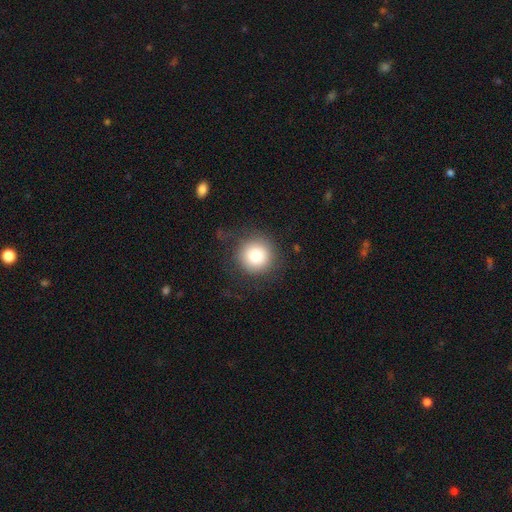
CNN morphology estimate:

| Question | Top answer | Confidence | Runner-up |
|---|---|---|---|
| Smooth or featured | smooth | 82% | featured or disk (10%) |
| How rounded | round | 95% | in between (4%) |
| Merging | none | 79% | minor disturbance (12%) |